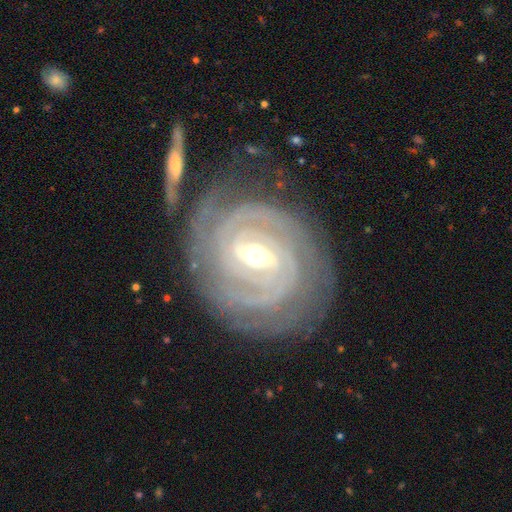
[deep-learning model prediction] featured or disk 92%, star or artifact 4%, smooth 4%. Down the decision tree: edge-on disk — no (97%); bar — strong (49%); spiral arms — yes (98%); spiral arm count — 2 (28%); spiral winding — tight (84%); bulge size — moderate (68%); merging — none (75%).